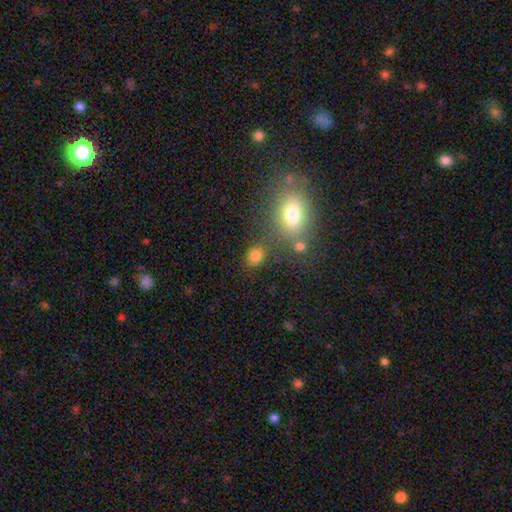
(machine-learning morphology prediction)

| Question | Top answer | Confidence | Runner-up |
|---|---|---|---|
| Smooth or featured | smooth | 79% | star or artifact (14%) |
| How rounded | round | 55% | in between (43%) |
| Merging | none | 71% | merger (12%) |